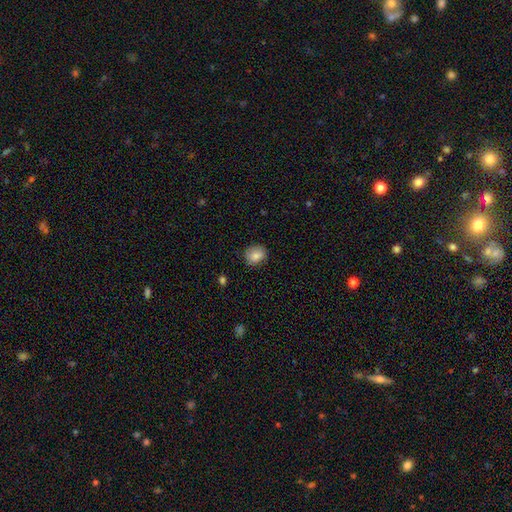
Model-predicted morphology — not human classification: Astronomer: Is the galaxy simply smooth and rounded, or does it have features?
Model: smooth — 84%.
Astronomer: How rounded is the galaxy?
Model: round — 69%.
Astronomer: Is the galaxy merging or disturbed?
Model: none — 83%.